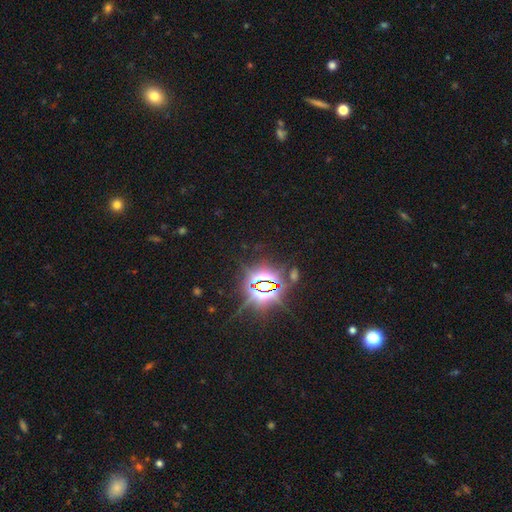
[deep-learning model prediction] Morphology: type=star or artifact (85%).